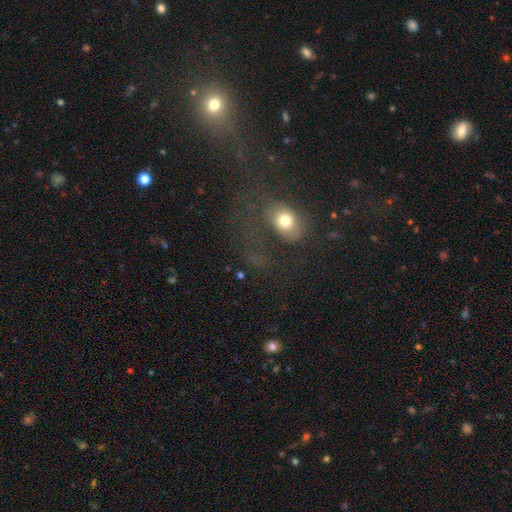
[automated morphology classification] A smooth galaxy with no disk features (49%).

Vote fractions:
- Smooth or featured? smooth: 49% / featured or disk: 27% / star or artifact: 24%
- Merging? none: 36% / major disturbance: 30% / merger: 20% / minor disturbance: 14%